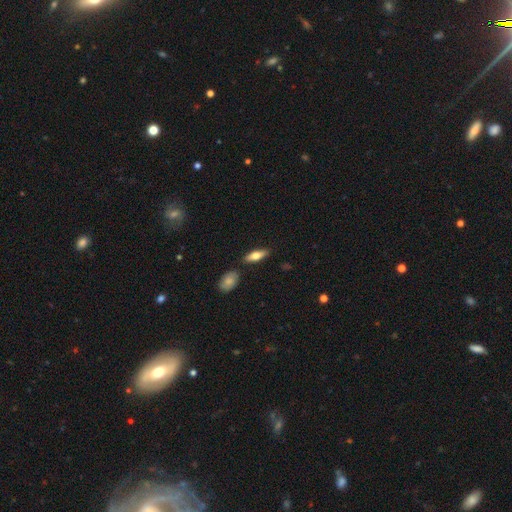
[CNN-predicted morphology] Q: Smooth or featured?
A: smooth (62%); runner-up: featured or disk (32%)
Q: How rounded?
A: in between (57%); runner-up: cigar-shaped (40%)
Q: Merging?
A: none (83%); runner-up: minor disturbance (10%)